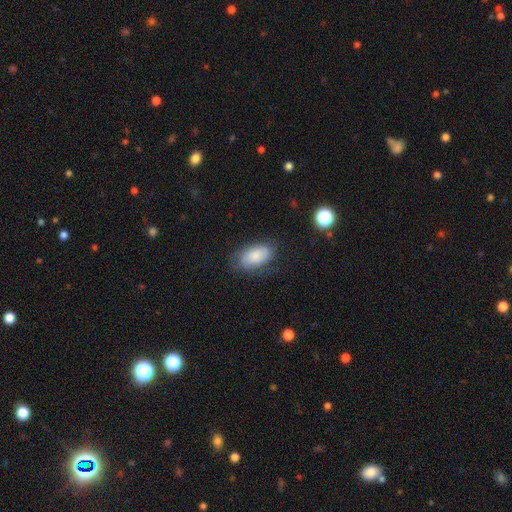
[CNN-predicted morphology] This is likely a smooth galaxy (77%). How rounded: clearly in between (94%). Merging: likely none (70%).